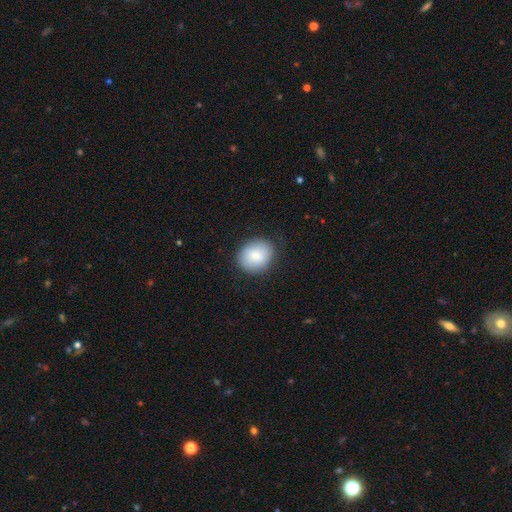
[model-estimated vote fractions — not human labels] A smooth galaxy with no disk features (81%) that is round (67%). Merging: none (82%).